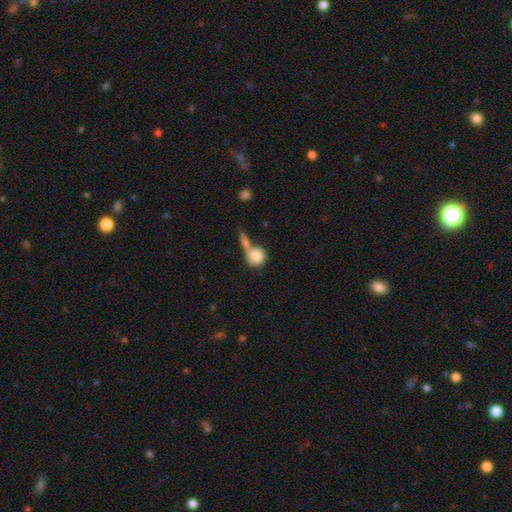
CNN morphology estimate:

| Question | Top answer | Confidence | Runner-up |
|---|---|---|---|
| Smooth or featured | smooth | 82% | featured or disk (12%) |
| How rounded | round | 87% | in between (11%) |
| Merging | merger | 48% | none (32%) |